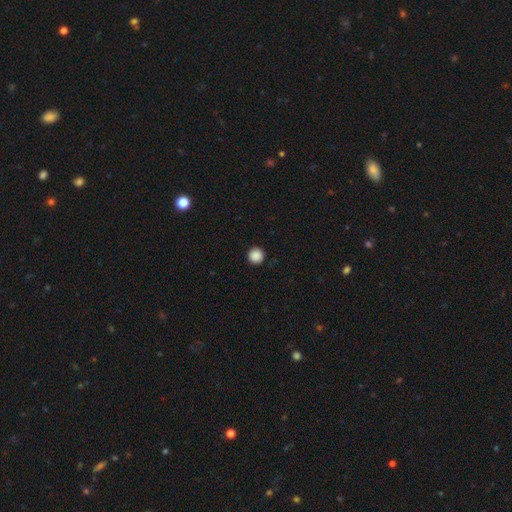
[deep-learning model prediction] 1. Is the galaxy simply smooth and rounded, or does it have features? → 88% smooth, 10% star or artifact, 2% featured or disk.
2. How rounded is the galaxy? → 96% round, 3% in between, 1% cigar-shaped.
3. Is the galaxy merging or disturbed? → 93% none, 4% minor disturbance, 2% major disturbance, 1% merger.